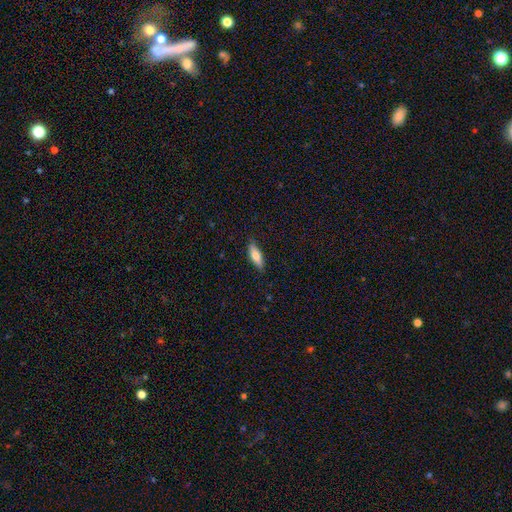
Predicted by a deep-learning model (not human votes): Smooth or featured?
  - smooth: 71% *
  - featured or disk: 23%
  - star or artifact: 6%
How rounded?
  - in between: 56% *
  - cigar-shaped: 41%
  - round: 2%
Merging?
  - none: 85% *
  - minor disturbance: 12%
  - major disturbance: 2%
  - merger: 1%